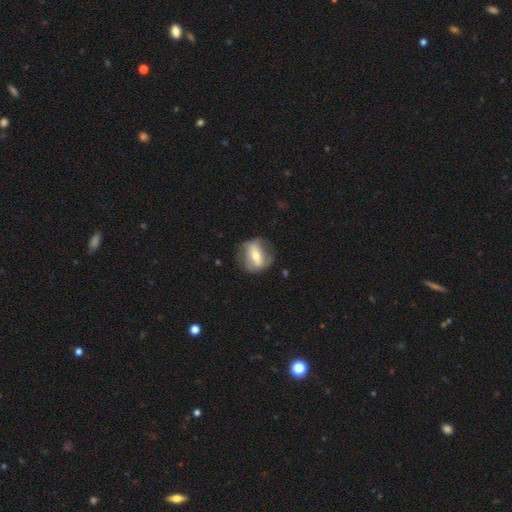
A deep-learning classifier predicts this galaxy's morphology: Smooth or featured? featured or disk (57%)
Edge-on disk? no (81%)
Merging? none (68%)